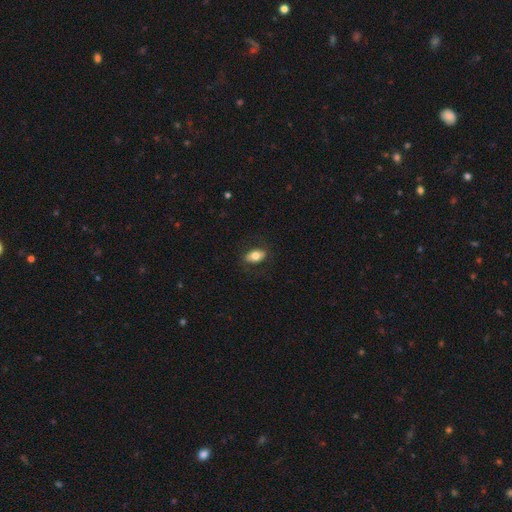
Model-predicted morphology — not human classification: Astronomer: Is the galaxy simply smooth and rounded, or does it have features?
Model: smooth — 75%.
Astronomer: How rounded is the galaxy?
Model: in between — 90%.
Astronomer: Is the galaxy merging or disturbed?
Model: none — 84%.